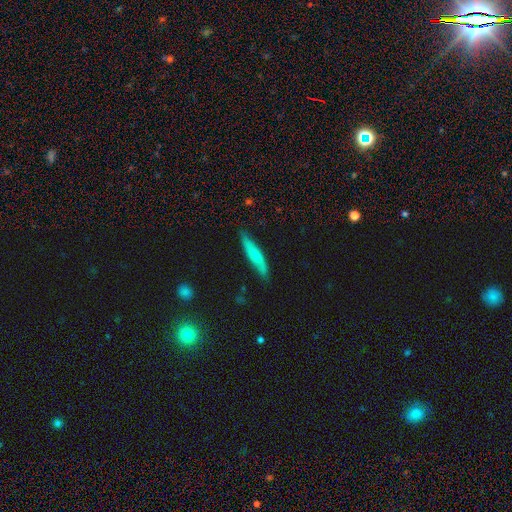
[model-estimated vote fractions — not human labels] This appears to be a smooth galaxy with no disk features (64%) that is cigar-shaped (84%). Merging: none (77%).